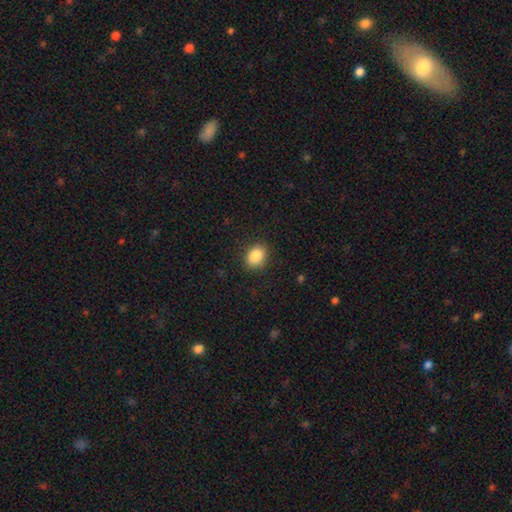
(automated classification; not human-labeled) Q: Smooth or featured?
A: smooth (86%); runner-up: star or artifact (9%)
Q: How rounded?
A: in between (54%); runner-up: round (45%)
Q: Merging?
A: none (88%); runner-up: minor disturbance (9%)